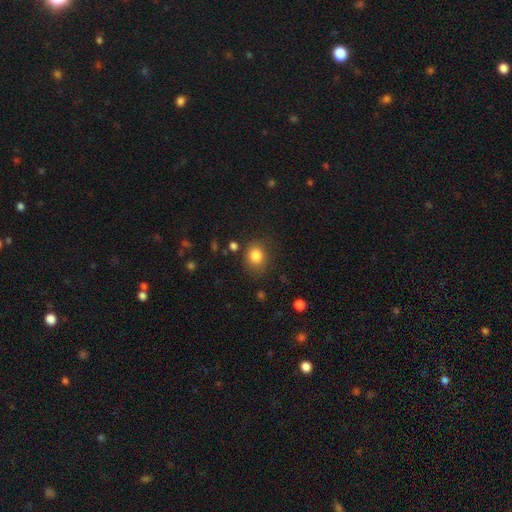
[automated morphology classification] This is clearly a smooth galaxy (84%). How rounded: likely round (63%). Merging: likely none (79%).